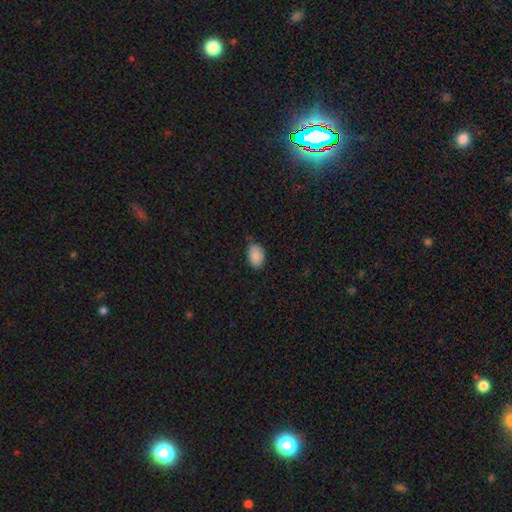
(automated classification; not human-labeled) Smooth or featured: smooth — 89% (star or artifact — 8%)
How rounded: in between — 89% (round — 10%)
Merging: none — 75% (minor disturbance — 21%)